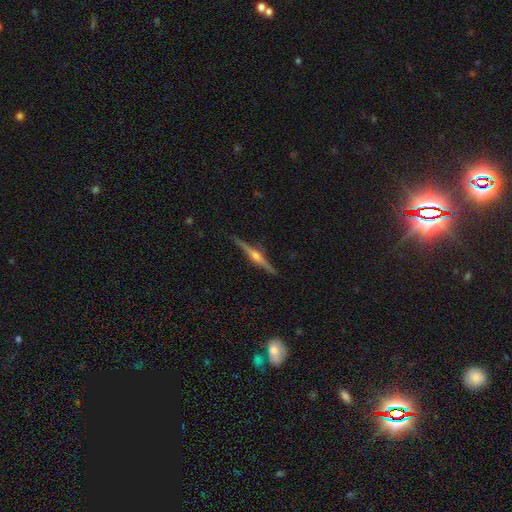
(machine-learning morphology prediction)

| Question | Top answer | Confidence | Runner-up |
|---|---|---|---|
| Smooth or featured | featured or disk | 84% | smooth (10%) |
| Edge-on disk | yes | 98% | no (2%) |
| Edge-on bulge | rounded | 91% | boxy (6%) |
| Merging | none | 90% | minor disturbance (7%) |